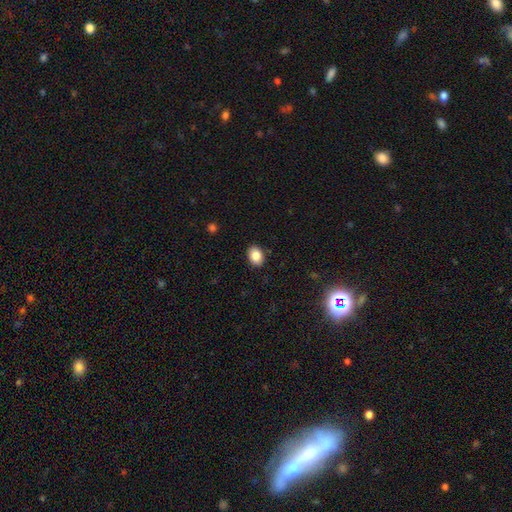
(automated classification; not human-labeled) Smooth or featured? Predicted: smooth (p=0.86). How rounded? Predicted: in between (p=0.70). Merging? Predicted: none (p=0.89).